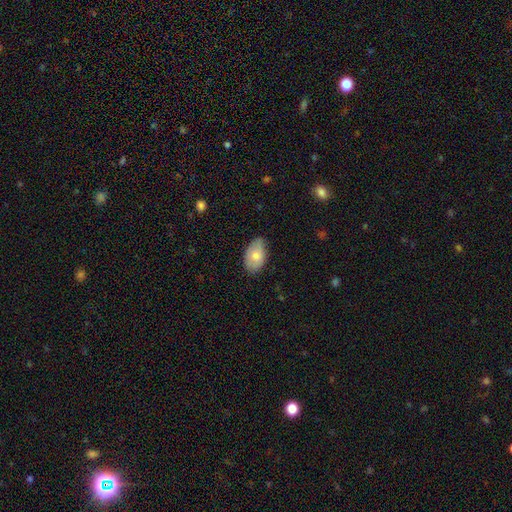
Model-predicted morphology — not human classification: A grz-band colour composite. It shows a smooth galaxy with no disk features (75%) that is in between round and cigar-shaped (91%). Merging: none (69%).